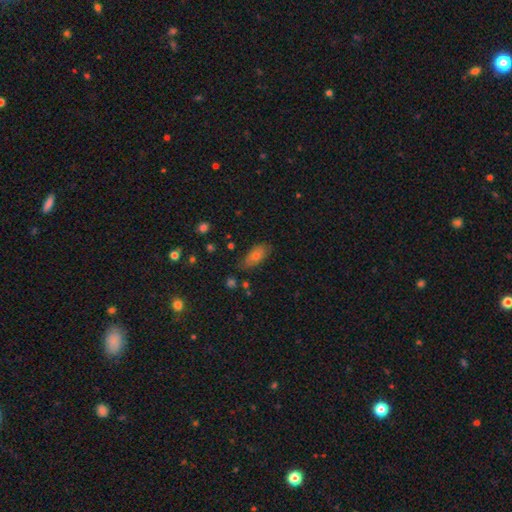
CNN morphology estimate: Smooth or featured? smooth (68%)
How rounded? in between (80%)
Merging? none (74%)